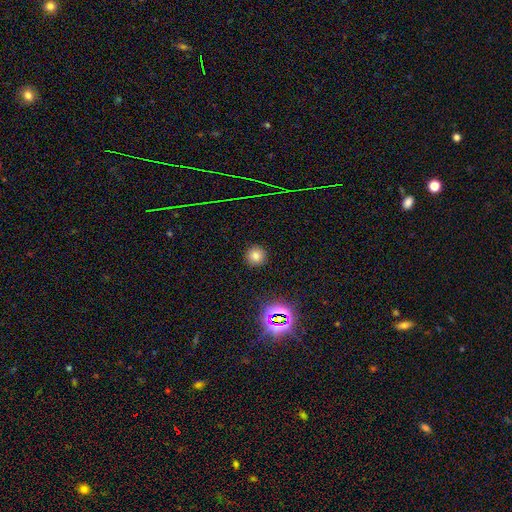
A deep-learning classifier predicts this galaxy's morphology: type=smooth (76%); roundness=round (94%); merging=none (91%).